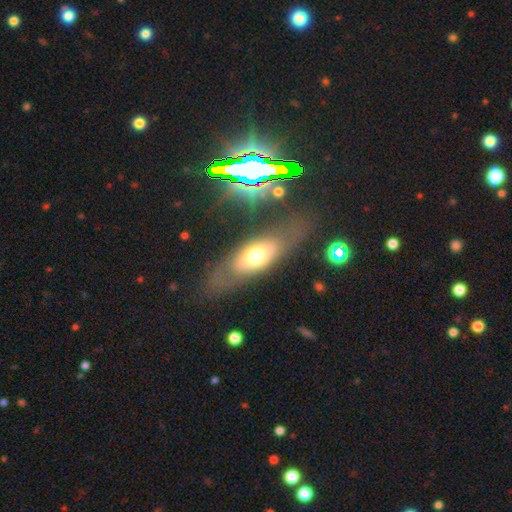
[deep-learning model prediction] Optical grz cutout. It shows a smooth galaxy with no disk features (56%) that is in between round and cigar-shaped (73%). Merging: none (70%).